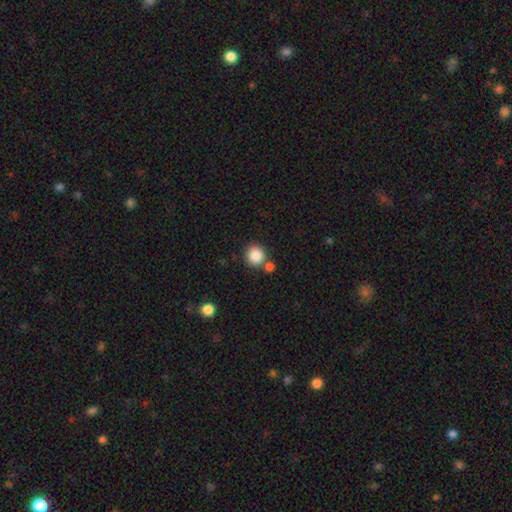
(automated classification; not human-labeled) Overall: smooth (86%). How rounded: round (90%). Merging: none (70%).